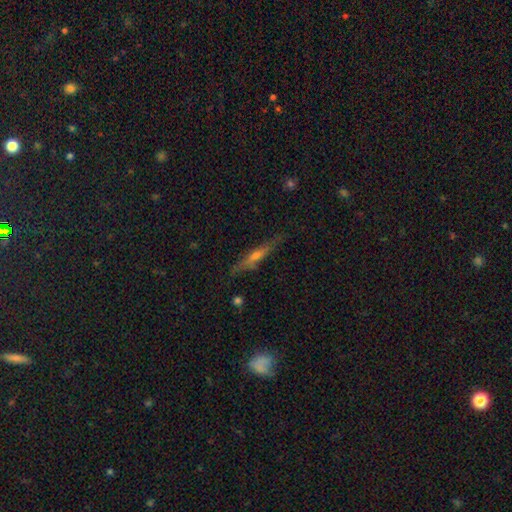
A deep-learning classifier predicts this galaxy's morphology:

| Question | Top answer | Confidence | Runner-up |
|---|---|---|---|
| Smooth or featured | featured or disk | 59% | smooth (33%) |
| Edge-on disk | yes | 90% | no (10%) |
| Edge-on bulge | rounded | 65% | none (27%) |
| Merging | none | 78% | minor disturbance (16%) |